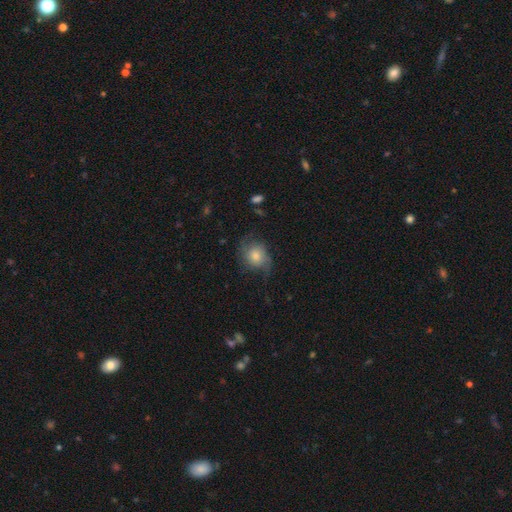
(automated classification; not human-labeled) Smooth or featured?
  - featured or disk: 48% *
  - smooth: 43%
  - star or artifact: 9%
Merging?
  - none: 57% *
  - minor disturbance: 25%
  - major disturbance: 16%
  - merger: 2%